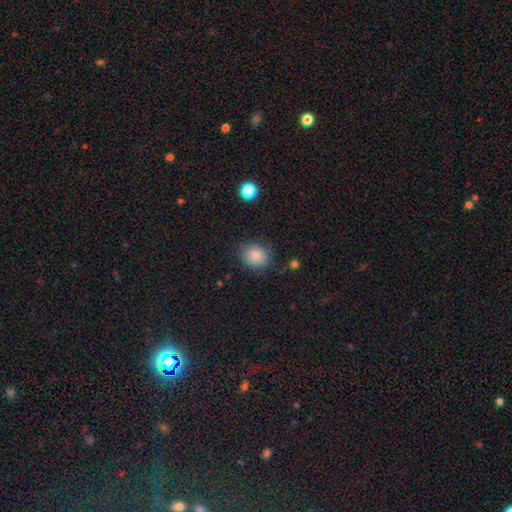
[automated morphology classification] This appears to be a smooth galaxy with no disk features (84%) that is round (61%). Merging: none (79%).